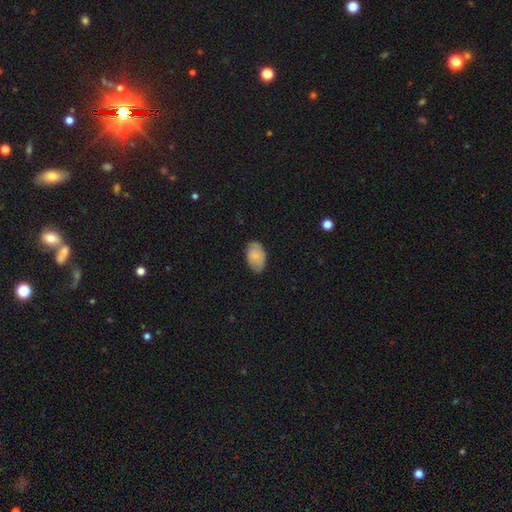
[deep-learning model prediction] A smooth galaxy with no disk features (74%) that is in between round and cigar-shaped (90%).

Vote fractions:
- Smooth or featured? smooth: 74% / featured or disk: 19% / star or artifact: 7%
- How rounded? in between: 90% / round: 9% / cigar-shaped: 1%
- Merging? none: 80% / minor disturbance: 16% / major disturbance: 3% / merger: 1%